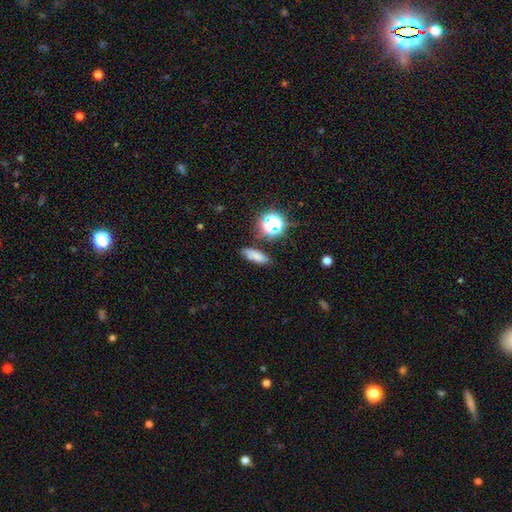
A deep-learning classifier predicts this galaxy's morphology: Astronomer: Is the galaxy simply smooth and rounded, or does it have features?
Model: smooth — 71%.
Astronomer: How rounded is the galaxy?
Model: in between — 56% (runner-up: cigar-shaped, 35%).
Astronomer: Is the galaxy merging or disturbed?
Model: none — 77%.